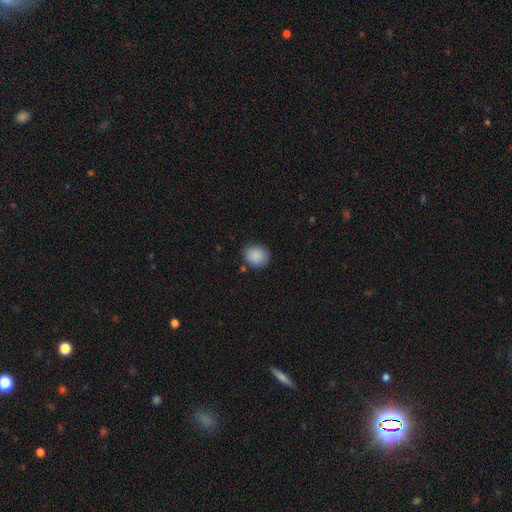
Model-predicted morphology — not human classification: A smooth galaxy with no disk features (89%) that is round (66%).

Vote fractions:
- Smooth or featured? smooth: 89% / star or artifact: 7% / featured or disk: 4%
- How rounded? round: 66% / in between: 33% / cigar-shaped: 1%
- Merging? none: 83% / minor disturbance: 12% / major disturbance: 3% / merger: 2%